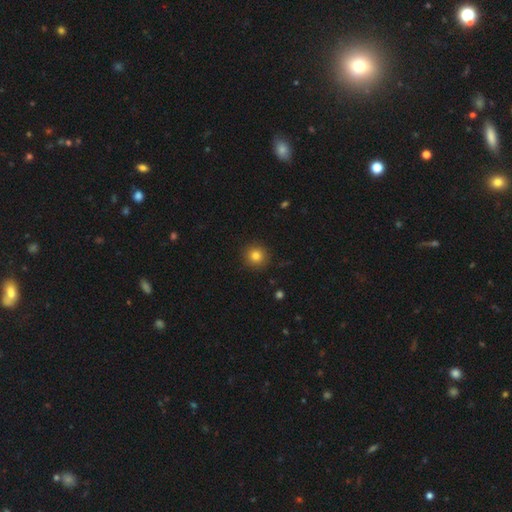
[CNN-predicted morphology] smooth_or_featured: smooth (p=0.82) [alt: star or artifact p=0.12]
how_rounded: round (p=0.95) [alt: in between p=0.05]
merging: none (p=0.91) [alt: minor disturbance p=0.06]